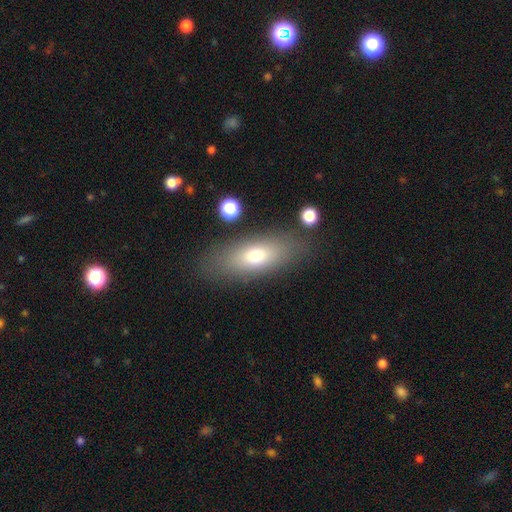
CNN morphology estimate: Smooth or featured?
  - smooth: 70% *
  - featured or disk: 21%
  - star or artifact: 8%
How rounded?
  - in between: 73% *
  - cigar-shaped: 23%
  - round: 4%
Merging?
  - none: 82% *
  - minor disturbance: 11%
  - major disturbance: 4%
  - merger: 3%